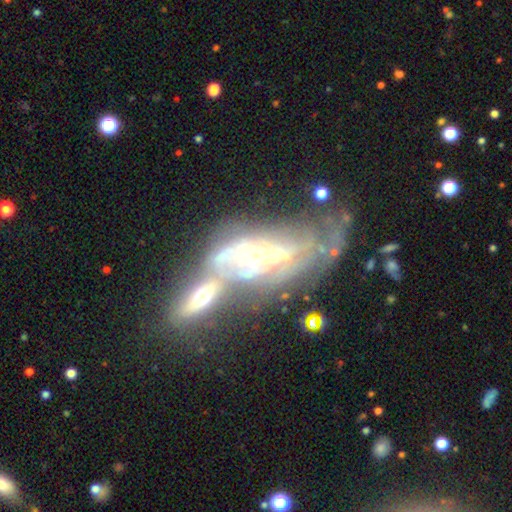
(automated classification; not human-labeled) Q: Smooth or featured?
A: featured or disk (78%); runner-up: smooth (13%)
Q: Edge-on disk?
A: no (82%); runner-up: yes (18%)
Q: Bar?
A: no (62%); runner-up: weak (26%)
Q: Spiral arms?
A: yes (74%); runner-up: no (26%)
Q: Bulge size?
A: moderate (55%); runner-up: small (35%)
Q: Merging?
A: merger (61%); runner-up: none (17%)